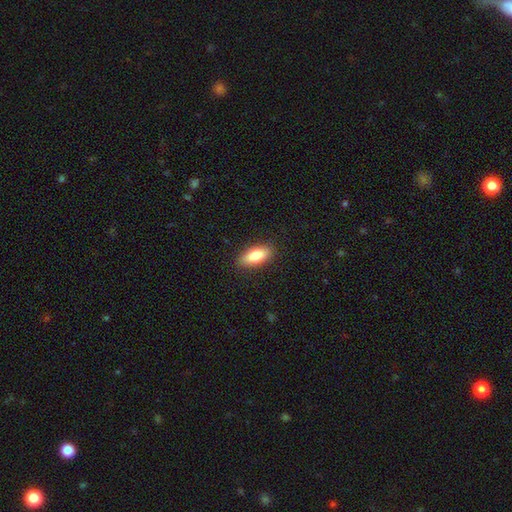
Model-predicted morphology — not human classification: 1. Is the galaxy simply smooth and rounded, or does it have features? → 82% smooth, 12% featured or disk, 6% star or artifact.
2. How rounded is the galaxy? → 79% in between, 18% cigar-shaped, 3% round.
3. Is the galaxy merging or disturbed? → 88% none, 9% minor disturbance, 2% major disturbance, 1% merger.